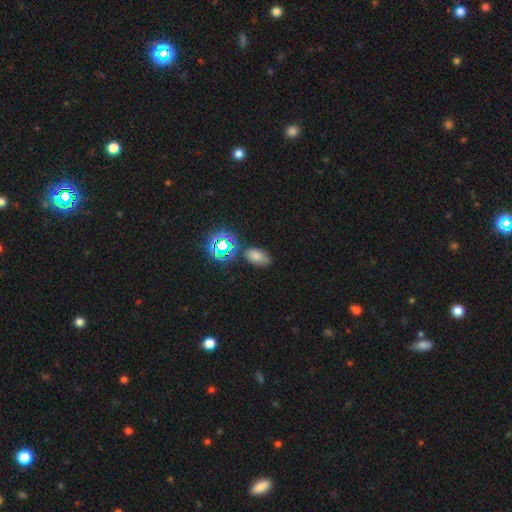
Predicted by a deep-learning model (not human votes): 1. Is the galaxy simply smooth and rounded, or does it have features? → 62% smooth, 29% star or artifact, 9% featured or disk.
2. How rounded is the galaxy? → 86% in between, 12% round, 2% cigar-shaped.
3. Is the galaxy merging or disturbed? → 77% none, 14% minor disturbance, 5% merger, 4% major disturbance.